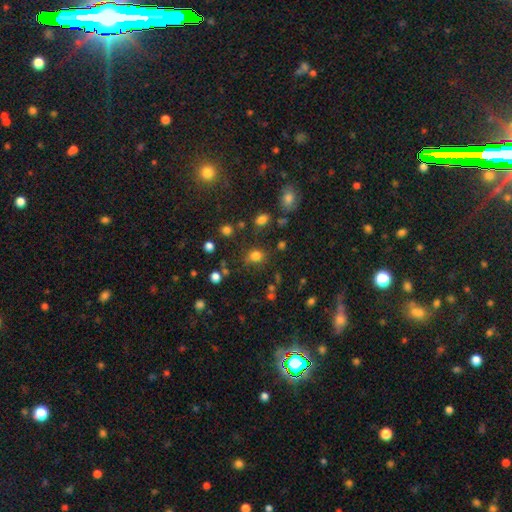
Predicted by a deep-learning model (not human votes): A smooth galaxy with no disk features (77%) that is round (65%). Merging: none (71%).